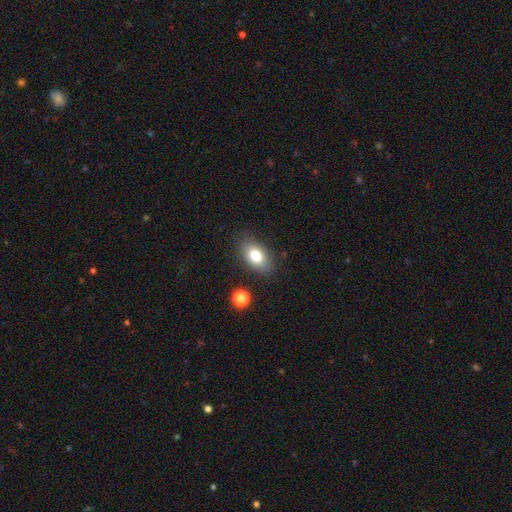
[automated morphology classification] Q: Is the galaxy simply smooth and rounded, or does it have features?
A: smooth — 79%.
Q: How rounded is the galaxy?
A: in between — 88%.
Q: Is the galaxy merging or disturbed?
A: none — 83%.